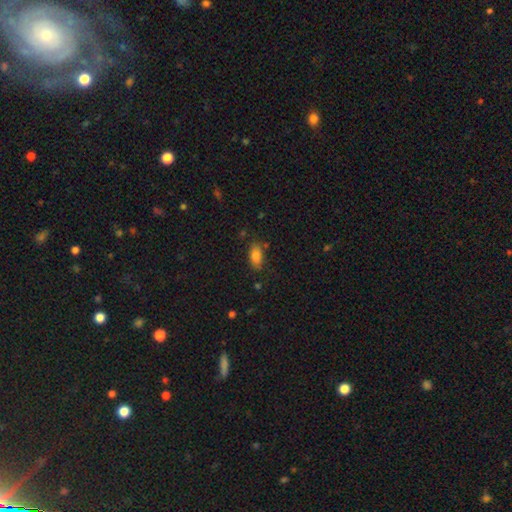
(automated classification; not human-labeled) This appears to be a smooth galaxy with no disk features (84%) that is in between round and cigar-shaped (89%). Merging: none (78%).